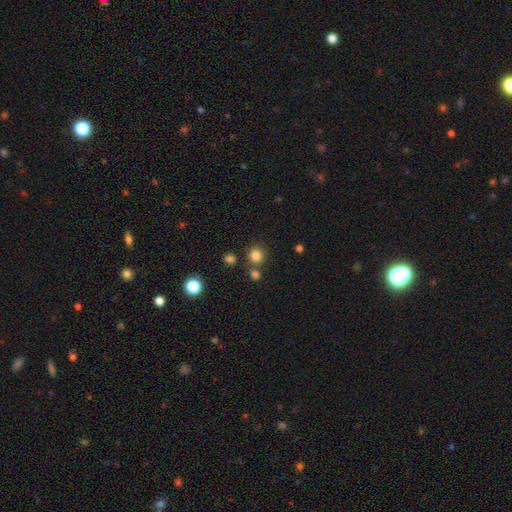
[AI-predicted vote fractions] smooth-or-featured: smooth: 80% | star or artifact: 15% | featured or disk: 5%
  how-rounded: round: 91% | in between: 8% | cigar-shaped: 1%
  merging: none: 76% | merger: 14% | minor disturbance: 8% | major disturbance: 3%